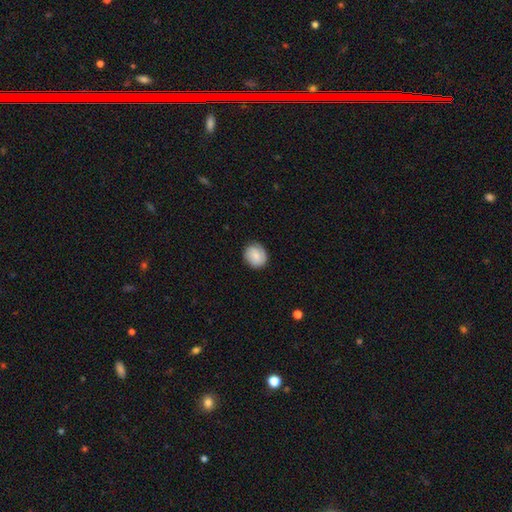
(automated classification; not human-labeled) Q: Smooth or featured?
A: smooth (74%); runner-up: featured or disk (19%)
Q: How rounded?
A: round (77%); runner-up: in between (22%)
Q: Merging?
A: none (82%); runner-up: minor disturbance (14%)